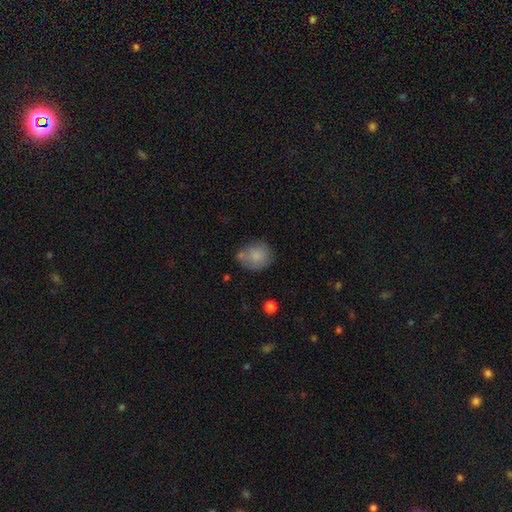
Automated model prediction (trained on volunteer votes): smooth_or_featured: smooth (p=0.81) [alt: featured or disk p=0.11]
how_rounded: round (p=0.68) [alt: in between p=0.31]
merging: none (p=0.60) [alt: minor disturbance p=0.22]